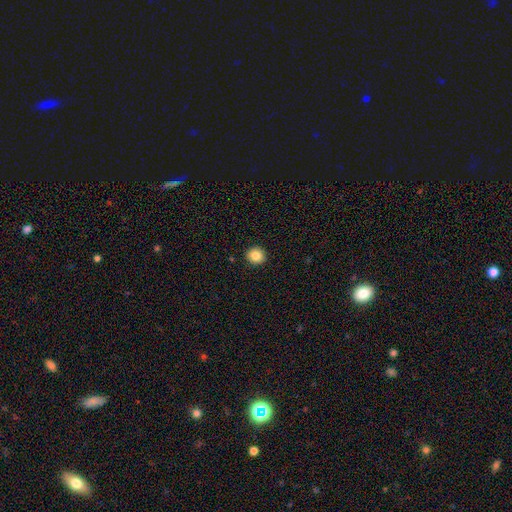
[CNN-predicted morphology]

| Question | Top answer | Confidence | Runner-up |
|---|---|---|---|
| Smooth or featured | smooth | 84% | star or artifact (10%) |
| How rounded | round | 91% | in between (8%) |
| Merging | none | 93% | minor disturbance (5%) |